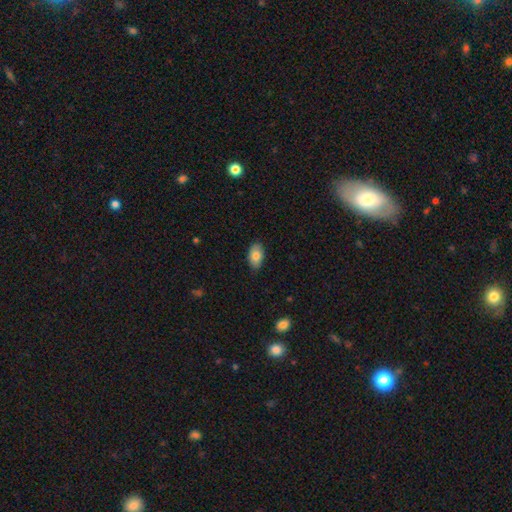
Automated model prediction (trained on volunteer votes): Morphology: type=smooth (79%); roundness=in between (93%); merging=none (84%).